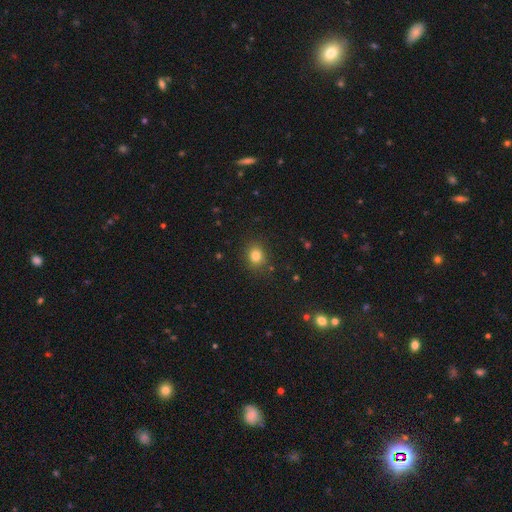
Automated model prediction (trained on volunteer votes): smooth_or_featured: smooth (p=0.81) [alt: star or artifact p=0.13]
how_rounded: round (p=0.67) [alt: in between p=0.33]
merging: none (p=0.86) [alt: minor disturbance p=0.10]